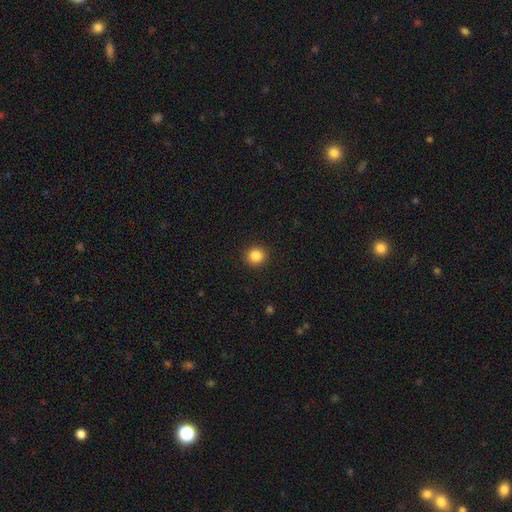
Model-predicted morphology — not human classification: smooth-or-featured: smooth: 86% | star or artifact: 10% | featured or disk: 3%
  how-rounded: round: 90% | in between: 9% | cigar-shaped: 1%
  merging: none: 92% | minor disturbance: 5% | major disturbance: 2% | merger: 1%